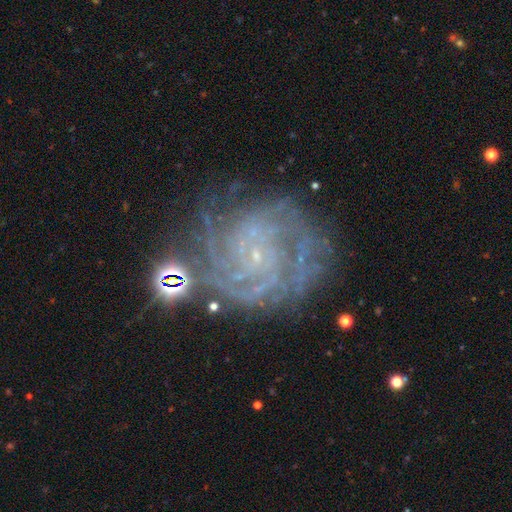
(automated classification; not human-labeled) Smooth or featured? featured or disk (86%)
Edge-on disk? no (98%)
Bar? no (75%)
Spiral arms? yes (97%)
Spiral winding? tight (74%)
Spiral arm count? can't tell (24%)
Bulge size? small (87%)
Merging? none (64%)